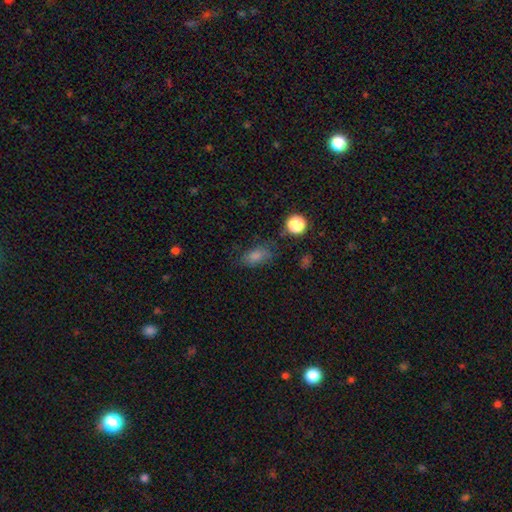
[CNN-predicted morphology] Smooth or featured? smooth (70%)
How rounded? in between (80%)
Merging? none (70%)